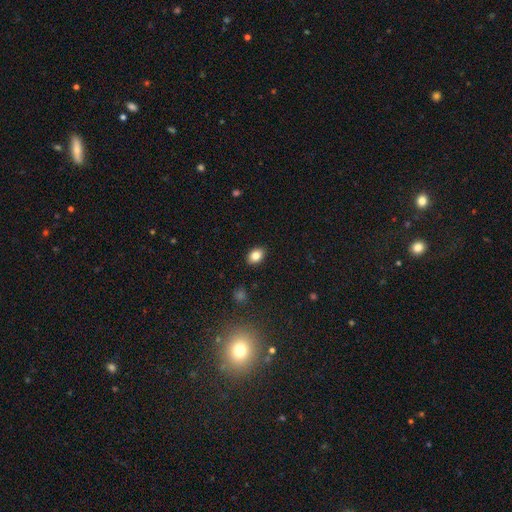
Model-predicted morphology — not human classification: Smooth or featured? smooth (83%)
How rounded? in between (79%)
Merging? none (89%)